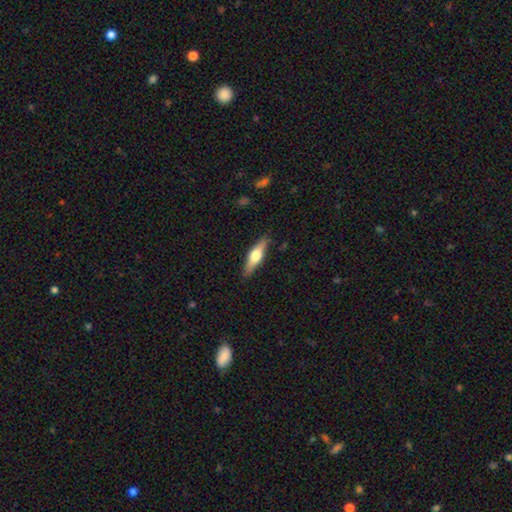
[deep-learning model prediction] Morphology: type=featured or disk (49%); merging=none (86%).